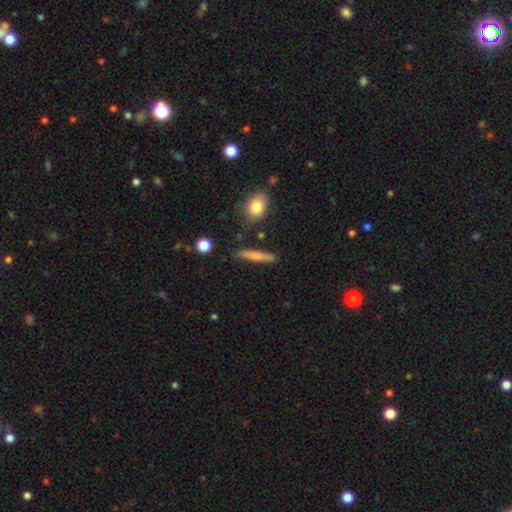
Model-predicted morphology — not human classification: Smooth or featured? smooth (69%)
How rounded? cigar-shaped (88%)
Merging? none (84%)